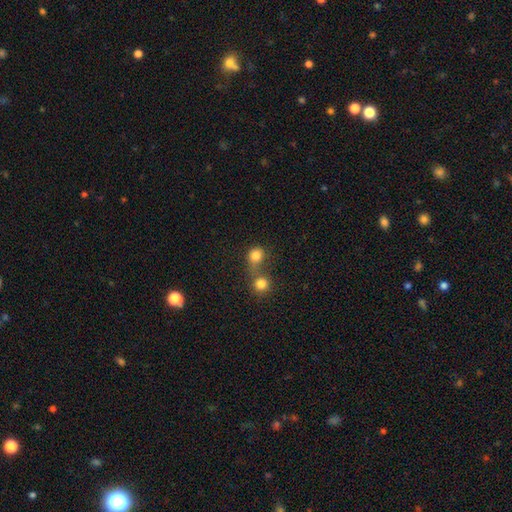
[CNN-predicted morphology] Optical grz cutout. It shows a smooth galaxy with no disk features (82%) that is round (82%). Merging: merger (50%).